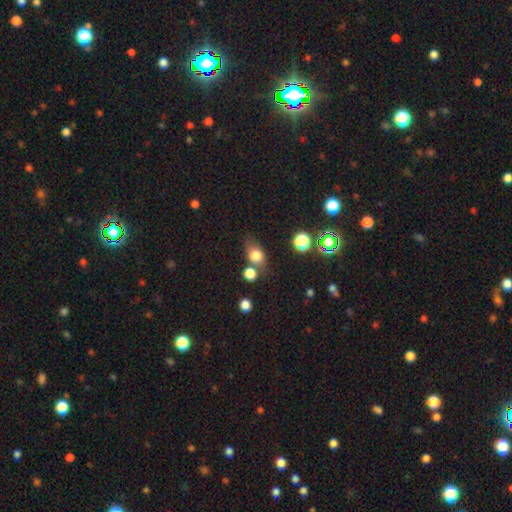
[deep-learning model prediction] Q: Smooth or featured?
A: smooth (75%); runner-up: star or artifact (13%)
Q: How rounded?
A: in between (55%); runner-up: round (42%)
Q: Merging?
A: none (58%); runner-up: minor disturbance (20%)